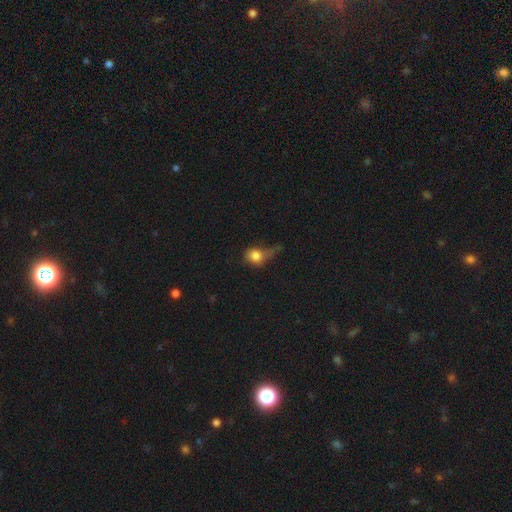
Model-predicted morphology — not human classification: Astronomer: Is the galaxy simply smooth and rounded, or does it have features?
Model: smooth — 78%.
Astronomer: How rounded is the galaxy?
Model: round — 59% (runner-up: in between, 38%).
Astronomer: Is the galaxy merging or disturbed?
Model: major disturbance — 36% (runner-up: none, 28%).